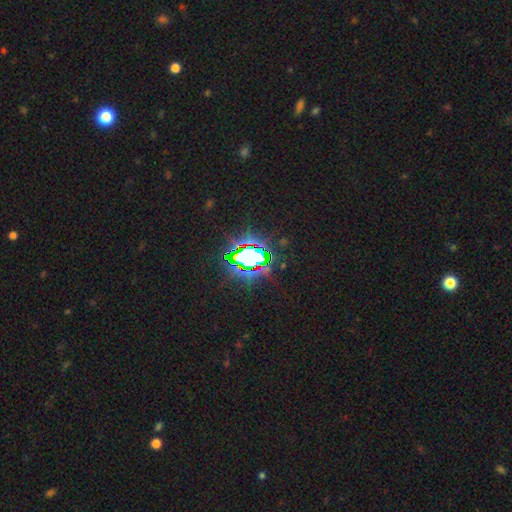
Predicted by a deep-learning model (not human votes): Smooth or featured? Predicted: star or artifact (p=0.83).